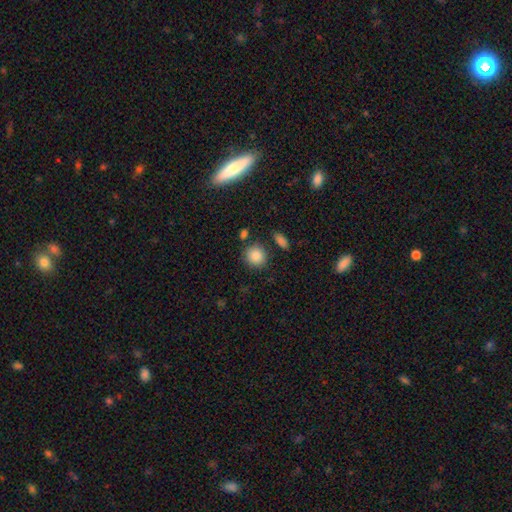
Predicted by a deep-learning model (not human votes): Smooth or featured?
  - smooth: 86% *
  - star or artifact: 9%
  - featured or disk: 5%
How rounded?
  - round: 85% *
  - in between: 13%
  - cigar-shaped: 1%
Merging?
  - none: 81% *
  - minor disturbance: 10%
  - merger: 6%
  - major disturbance: 3%